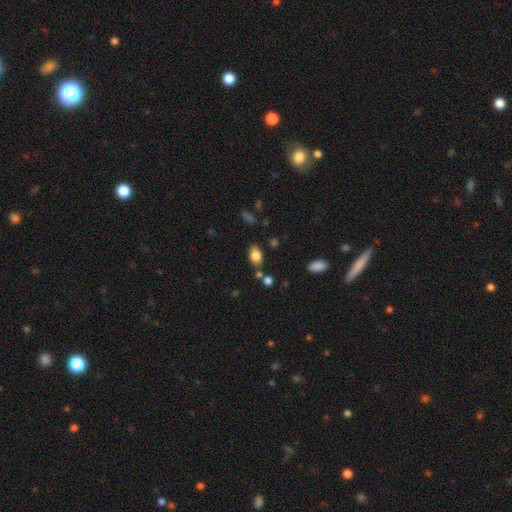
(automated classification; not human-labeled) smooth 83%, star or artifact 9%, featured or disk 8%. Down the decision tree: how rounded — in between (86%); merging — none (74%).